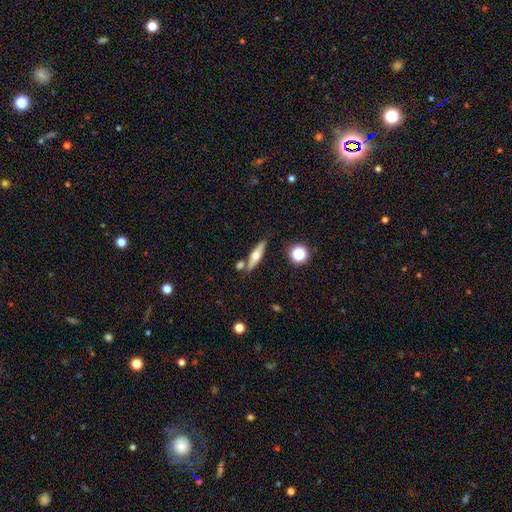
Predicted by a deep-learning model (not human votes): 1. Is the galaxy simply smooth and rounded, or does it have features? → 51% featured or disk, 42% smooth, 7% star or artifact.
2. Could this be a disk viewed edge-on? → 89% yes, 11% no.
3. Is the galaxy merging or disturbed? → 73% none, 12% minor disturbance, 11% merger, 3% major disturbance.